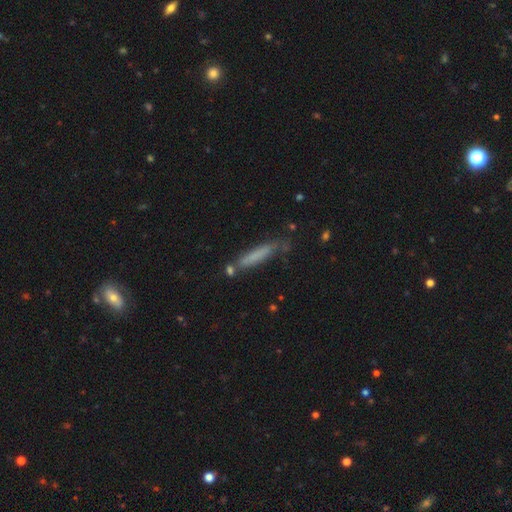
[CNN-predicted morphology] Smooth or featured?
  - smooth: 69% *
  - featured or disk: 22%
  - star or artifact: 9%
How rounded?
  - cigar-shaped: 89% *
  - in between: 10%
  - round: 1%
Merging?
  - none: 64% *
  - minor disturbance: 21%
  - merger: 8%
  - major disturbance: 7%